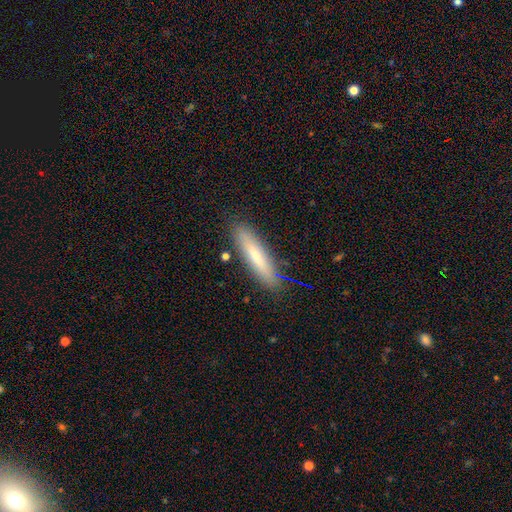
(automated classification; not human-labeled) Morphology: type=smooth (68%); roundness=cigar-shaped (83%); merging=none (84%).